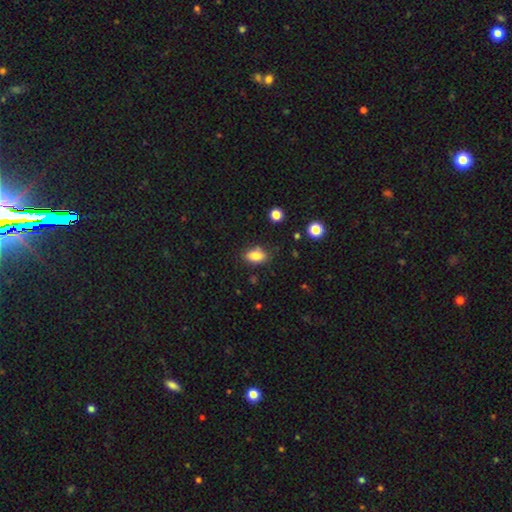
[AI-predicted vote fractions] Smooth or featured? Predicted: smooth (p=0.84). How rounded? Predicted: in between (p=0.88). Merging? Predicted: none (p=0.80).